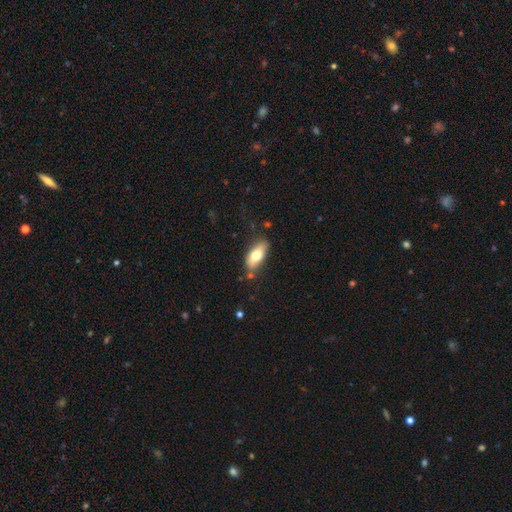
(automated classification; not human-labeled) A smooth galaxy with no disk features (73%) that is in between round and cigar-shaped (84%).

Vote fractions:
- Smooth or featured? smooth: 73% / featured or disk: 21% / star or artifact: 6%
- How rounded? in between: 84% / cigar-shaped: 13% / round: 3%
- Merging? none: 76% / minor disturbance: 17% / merger: 4% / major disturbance: 3%